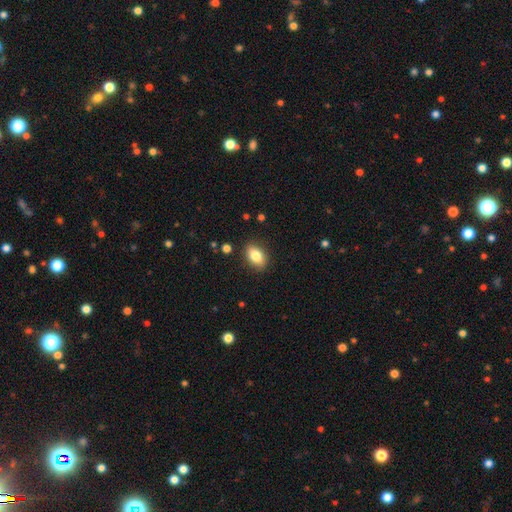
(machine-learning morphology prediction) Smooth or featured? Predicted: smooth (p=0.82). How rounded? Predicted: in between (p=0.86). Merging? Predicted: none (p=0.87).